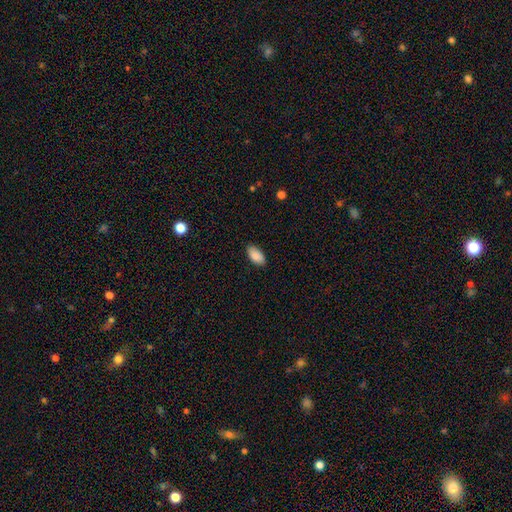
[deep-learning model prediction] Smooth or featured? smooth (89%)
How rounded? in between (94%)
Merging? none (87%)